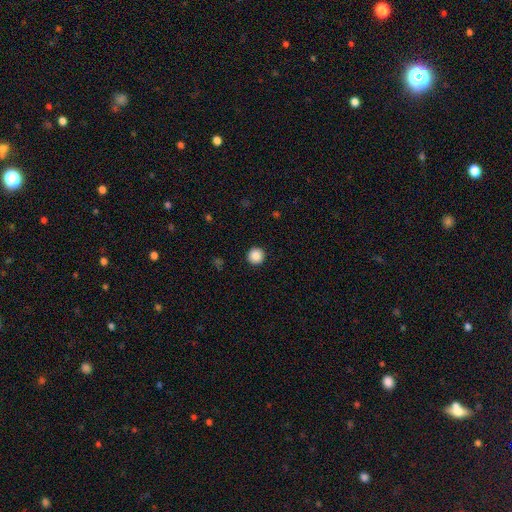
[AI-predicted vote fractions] A smooth galaxy with no disk features (88%) that is round (96%). Merging: none (93%).